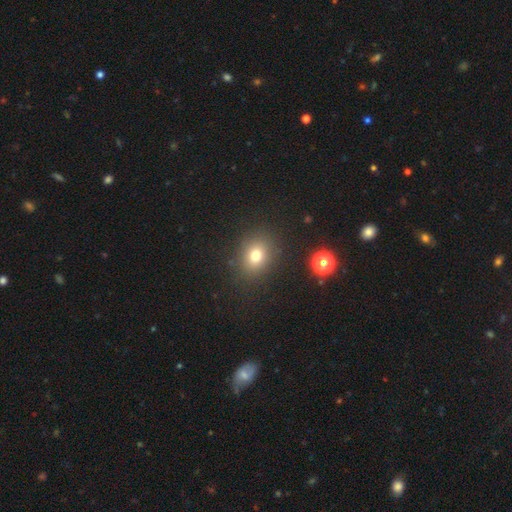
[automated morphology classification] This is likely a smooth galaxy (75%). How rounded: possibly round (55%). Merging: clearly none (86%).